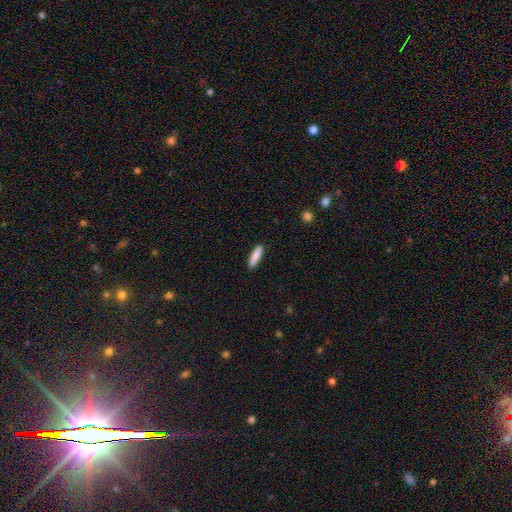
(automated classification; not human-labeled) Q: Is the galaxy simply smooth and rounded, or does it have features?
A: smooth — 85%.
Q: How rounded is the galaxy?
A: cigar-shaped — 77%.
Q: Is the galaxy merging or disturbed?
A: none — 89%.